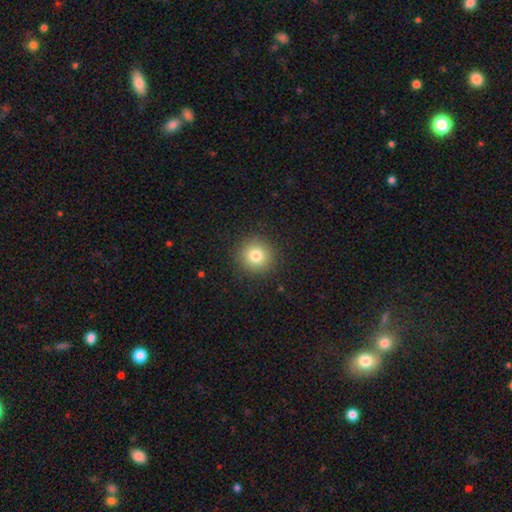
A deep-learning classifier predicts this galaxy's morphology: smooth 80%, star or artifact 12%, featured or disk 8%. Down the decision tree: how rounded — round (94%); merging — none (91%).